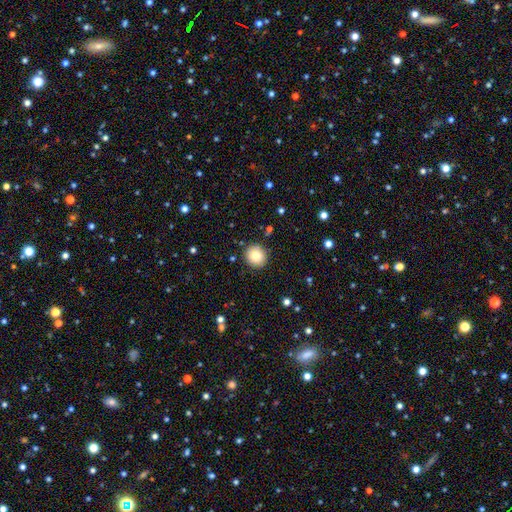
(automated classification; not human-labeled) smooth_or_featured: smooth (p=0.80) [alt: star or artifact p=0.11]
how_rounded: round (p=0.93) [alt: in between p=0.06]
merging: none (p=0.90) [alt: minor disturbance p=0.07]